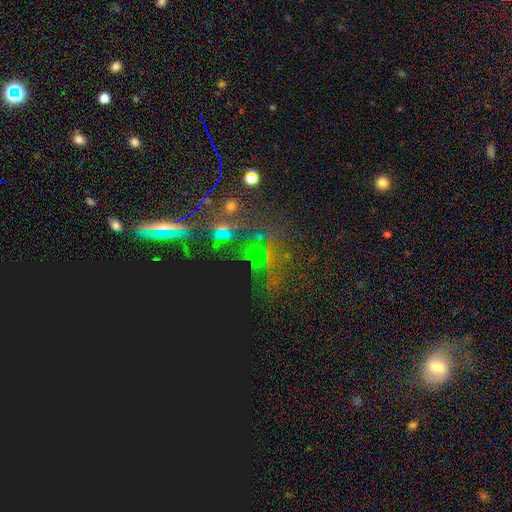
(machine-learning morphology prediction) Smooth or featured: star or artifact — 62% (smooth — 22%)